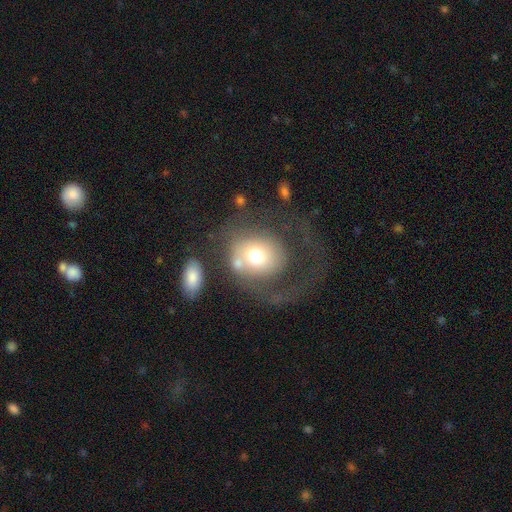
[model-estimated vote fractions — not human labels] smooth_or_featured: smooth (p=0.59) [alt: featured or disk p=0.31]
how_rounded: round (p=0.76) [alt: in between p=0.23]
merging: major disturbance (p=0.37) [alt: none p=0.35]